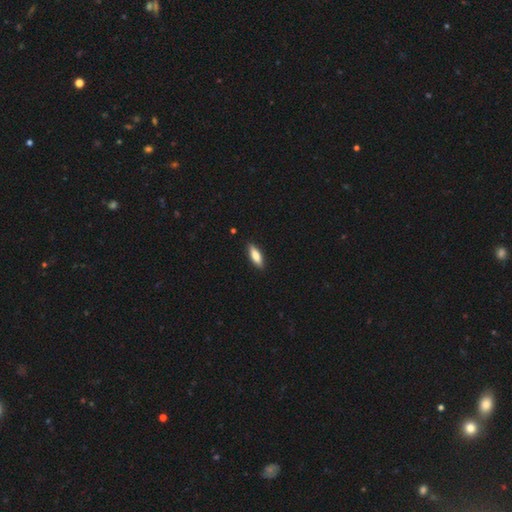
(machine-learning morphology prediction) Q: Smooth or featured?
A: smooth (76%); runner-up: featured or disk (18%)
Q: How rounded?
A: in between (53%); runner-up: cigar-shaped (45%)
Q: Merging?
A: none (88%); runner-up: minor disturbance (9%)